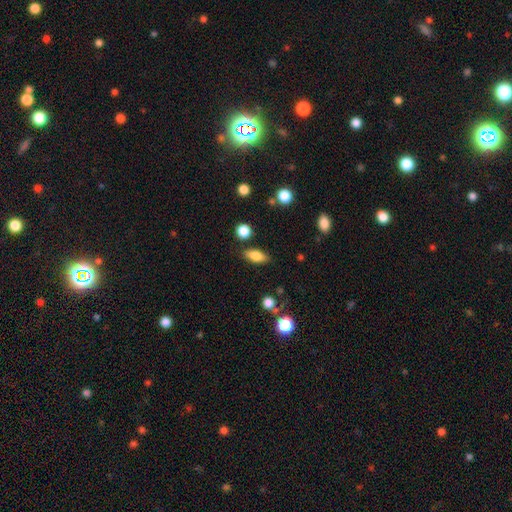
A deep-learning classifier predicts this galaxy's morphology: This appears to be a smooth galaxy with no disk features (78%) that is in between round and cigar-shaped (80%). Merging: none (83%).